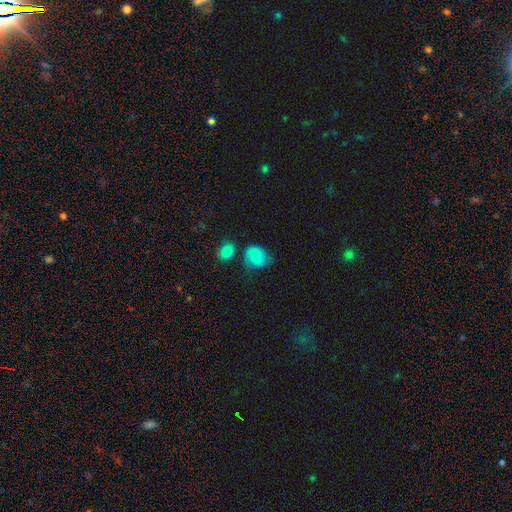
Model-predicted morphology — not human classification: Smooth or featured: smooth — 81% (star or artifact — 11%)
How rounded: round — 51% (in between — 48%)
Merging: none — 52% (minor disturbance — 30%)